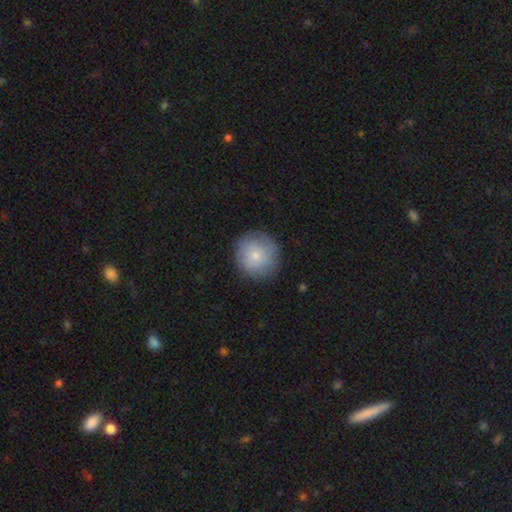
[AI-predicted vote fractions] Smooth or featured? Predicted: smooth (p=0.77). How rounded? Predicted: round (p=0.95). Merging? Predicted: none (p=0.85).